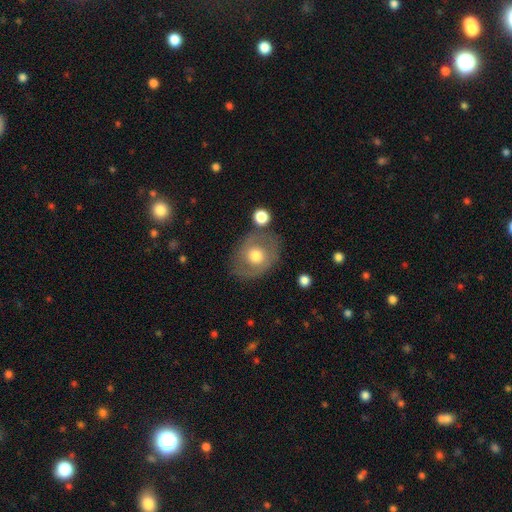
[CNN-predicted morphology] Smooth or featured?
  - smooth: 50% *
  - featured or disk: 42%
  - star or artifact: 7%
How rounded?
  - round: 55% *
  - in between: 44%
  - cigar-shaped: 1%
Merging?
  - none: 71% *
  - minor disturbance: 16%
  - major disturbance: 8%
  - merger: 5%